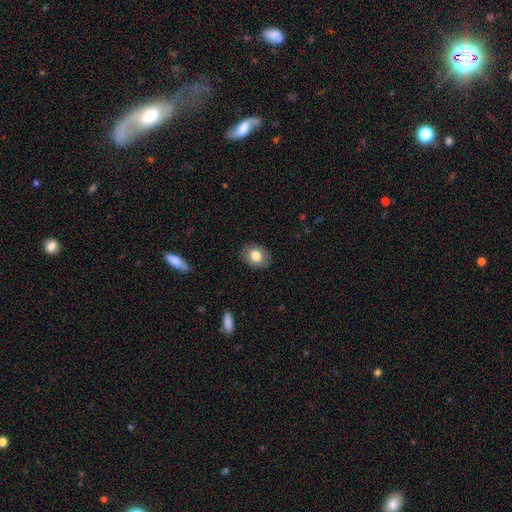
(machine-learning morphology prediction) type=smooth (79%); roundness=in between (58%); merging=none (87%).